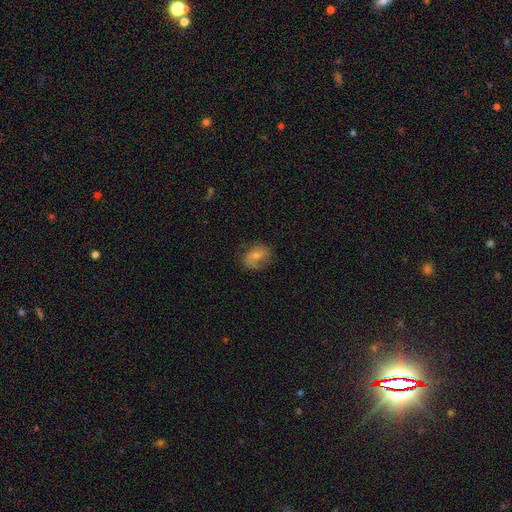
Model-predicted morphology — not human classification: type=featured or disk (53%); edge-on=no (97%); bar=no (46%); spiral arms=yes (86%); bulge=small (45%); merging=none (67%).